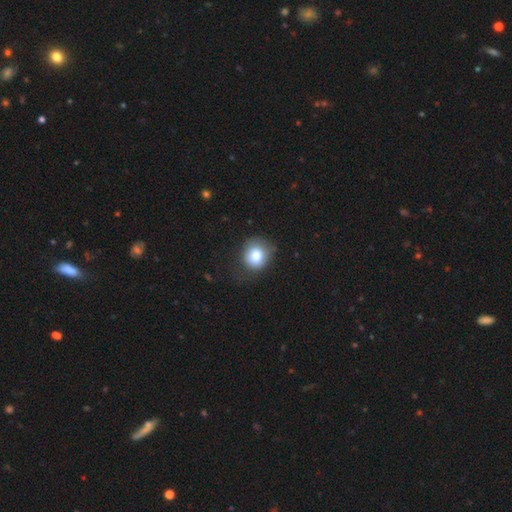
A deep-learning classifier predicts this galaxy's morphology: This appears to be a smooth galaxy with no disk features (80%) that is round (76%). Merging: none (69%).